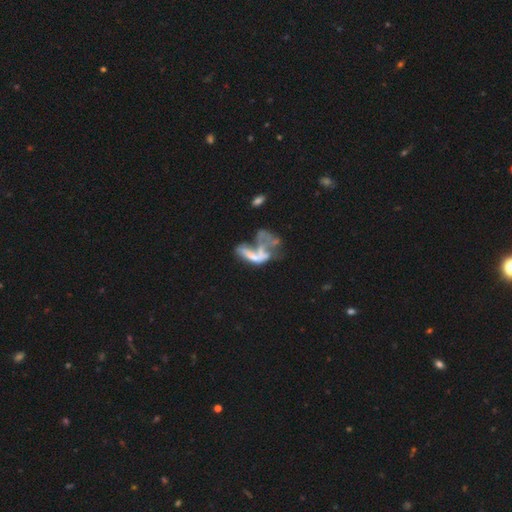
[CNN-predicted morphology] A featured or disk galaxy (56%) with no bar (80%), no spiral arms (82%) and no central bulge (67%).

Vote fractions:
- Smooth or featured? featured or disk: 56% / smooth: 31% / star or artifact: 14%
- Edge-on disk? no: 93% / yes: 7%
- Bar? no: 80% / weak: 12% / strong: 8%
- Spiral arms? no: 82% / yes: 18%
- Bulge size? none: 67% / small: 15% / moderate: 12% / large: 4% / dominant: 2%
- Merging? major disturbance: 43% / merger: 33% / none: 14% / minor disturbance: 9%